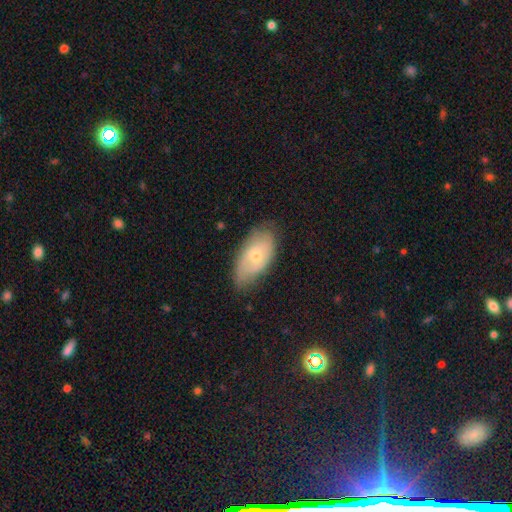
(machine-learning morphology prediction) A featured or disk galaxy (47%).

Vote fractions:
- Smooth or featured? featured or disk: 47% / smooth: 45% / star or artifact: 7%
- Merging? none: 67% / minor disturbance: 25% / major disturbance: 6% / merger: 1%